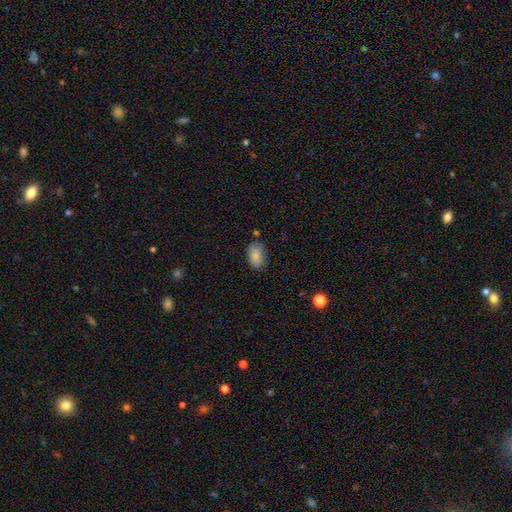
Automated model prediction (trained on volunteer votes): Overall: smooth (84%). How rounded: in between (89%). Merging: none (75%).